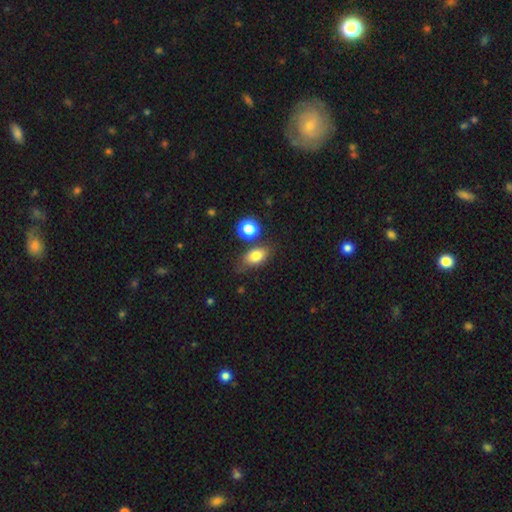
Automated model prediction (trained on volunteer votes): Smooth or featured?
  - smooth: 82% *
  - star or artifact: 9%
  - featured or disk: 9%
How rounded?
  - in between: 84% *
  - round: 13%
  - cigar-shaped: 4%
Merging?
  - none: 67% *
  - minor disturbance: 18%
  - merger: 10%
  - major disturbance: 5%